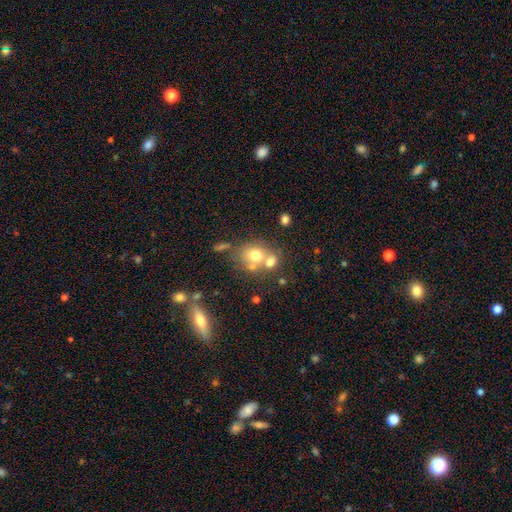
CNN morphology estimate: A smooth galaxy with no disk features (67%) that is round (60%).

Vote fractions:
- Smooth or featured? smooth: 67% / featured or disk: 20% / star or artifact: 13%
- How rounded? round: 60% / in between: 39% / cigar-shaped: 1%
- Merging? merger: 42% (tied) / none: 42% (tied) / minor disturbance: 10% / major disturbance: 5%